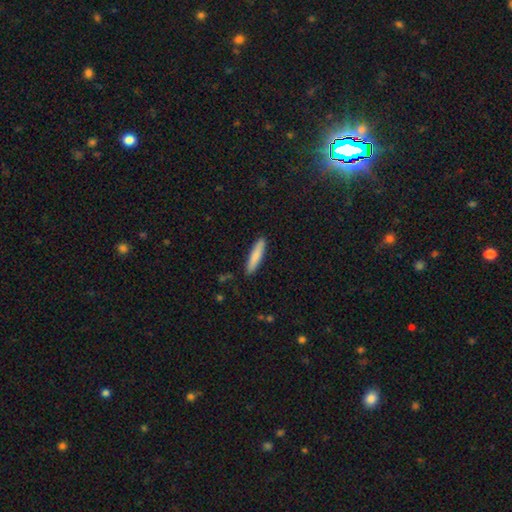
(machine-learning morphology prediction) Smooth or featured?
  - smooth: 82% *
  - featured or disk: 12%
  - star or artifact: 5%
How rounded?
  - cigar-shaped: 85% *
  - in between: 14%
  - round: 1%
Merging?
  - none: 89% *
  - minor disturbance: 8%
  - major disturbance: 2%
  - merger: 1%